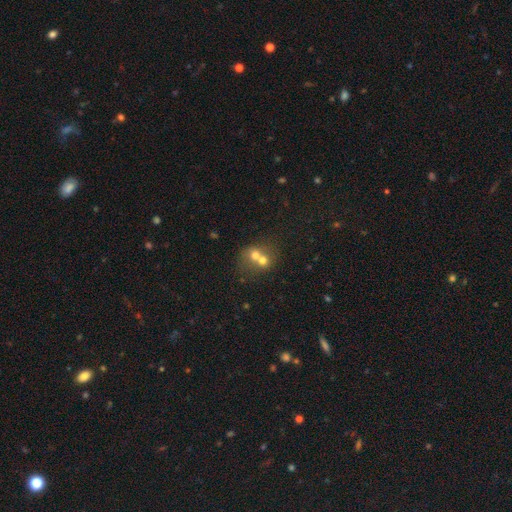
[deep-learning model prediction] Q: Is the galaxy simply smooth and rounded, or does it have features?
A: smooth — 63%.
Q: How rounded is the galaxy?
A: round — 69%.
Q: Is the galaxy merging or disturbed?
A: merger — 70%.